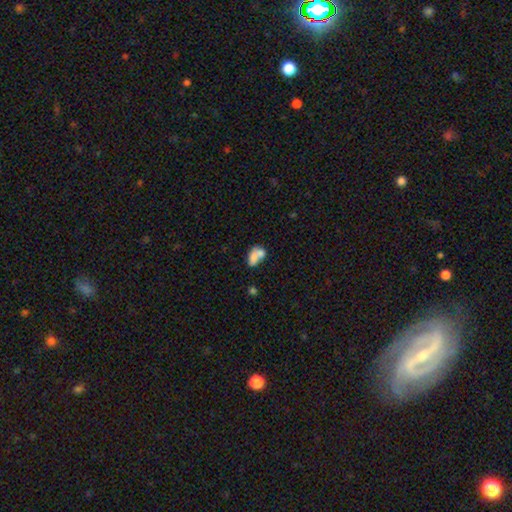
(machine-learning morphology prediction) smooth 69%, featured or disk 22%, star or artifact 10%. Down the decision tree: how rounded — in between (81%); merging — merger (57%).